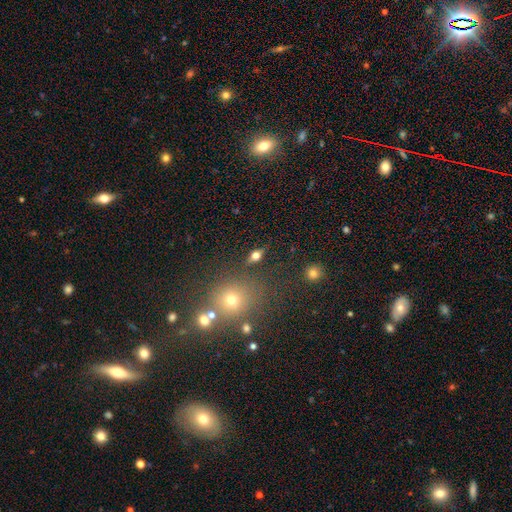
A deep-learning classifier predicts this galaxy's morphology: This appears to be a smooth galaxy with no disk features (56%) that is in between round and cigar-shaped (67%). Merging: none (81%).